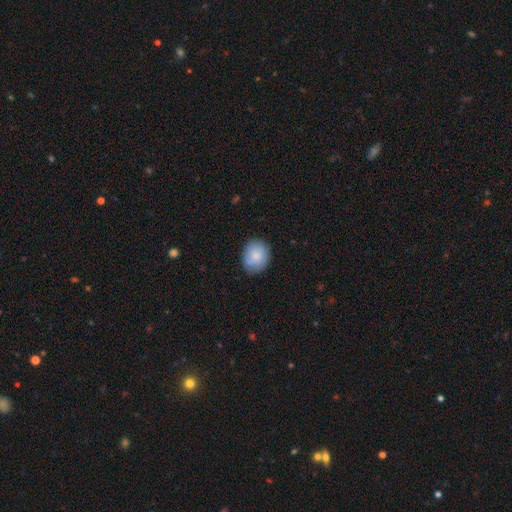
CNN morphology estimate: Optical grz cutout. It shows a smooth galaxy with no disk features (81%) that is round (56%). Merging: none (78%).